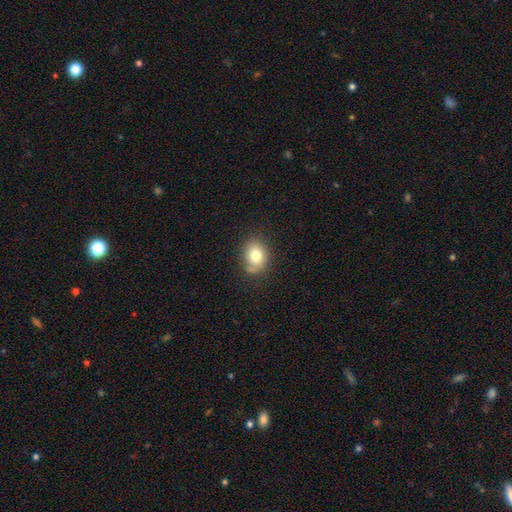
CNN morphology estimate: Smooth or featured: smooth — 77% (featured or disk — 13%)
How rounded: in between — 57% (round — 42%)
Merging: none — 74% (minor disturbance — 19%)